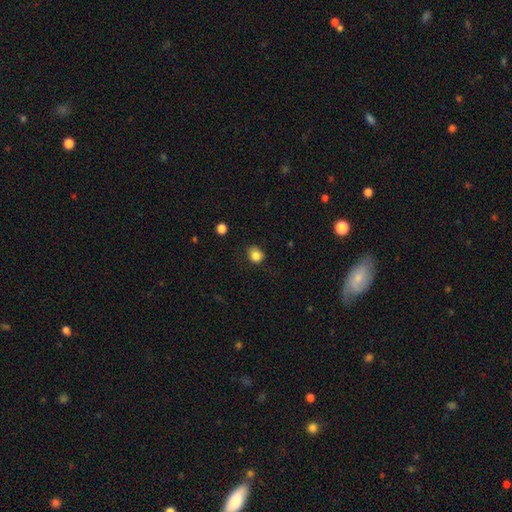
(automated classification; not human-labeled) Overall: smooth (83%). How rounded: round (69%; in between 30%). Merging: none (74%).